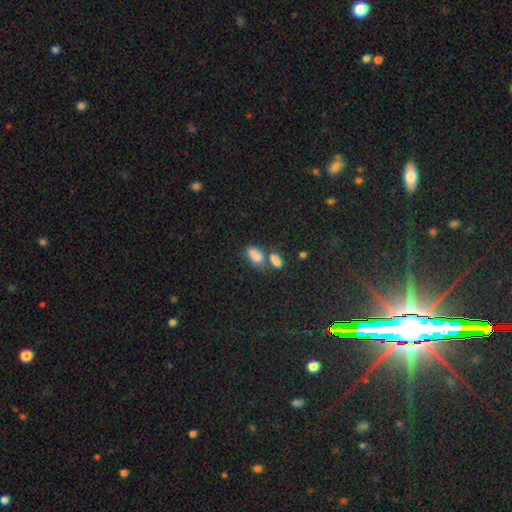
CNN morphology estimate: Smooth or featured?
  - smooth: 79% *
  - star or artifact: 12%
  - featured or disk: 8%
How rounded?
  - in between: 84% *
  - cigar-shaped: 9%
  - round: 8%
Merging?
  - merger: 44% *
  - none: 36%
  - minor disturbance: 13%
  - major disturbance: 6%